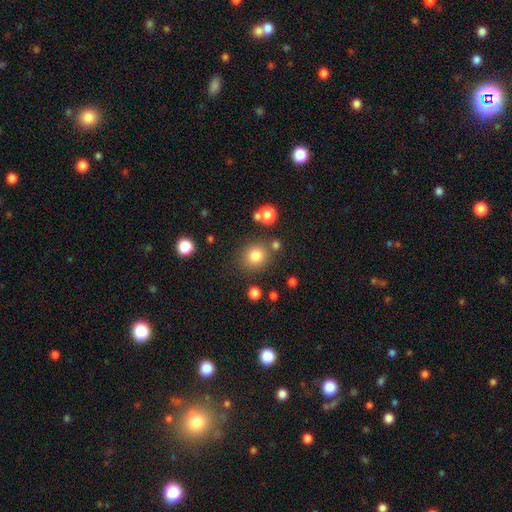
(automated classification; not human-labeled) Overall: smooth (82%). How rounded: round (86%). Merging: none (79%).